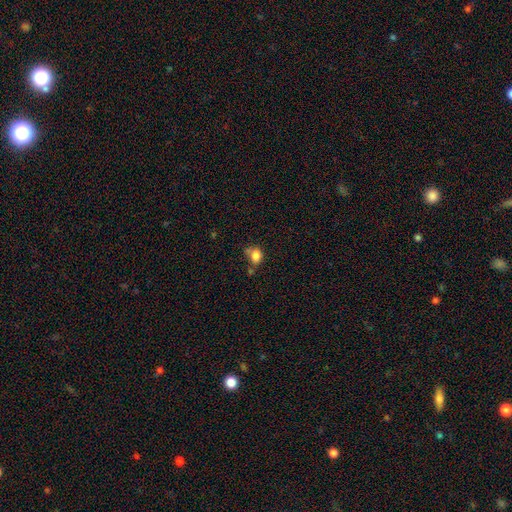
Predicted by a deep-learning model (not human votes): The model was most divided on "how rounded": in between: 54%, round: 44%, cigar-shaped: 1%. Remaining: smooth or featured — smooth (80%); merging — none (42%).